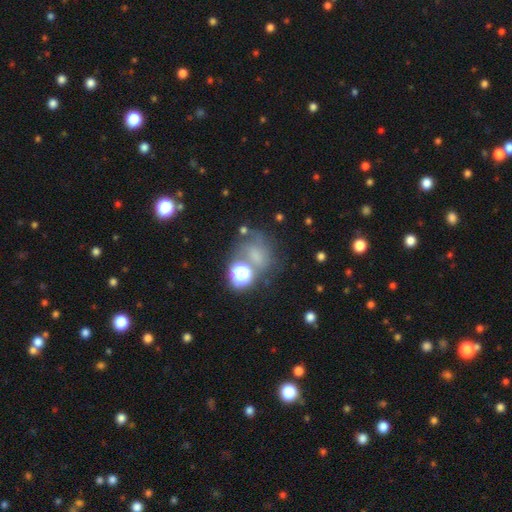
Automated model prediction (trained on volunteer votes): Overall: smooth (46%; star or artifact 29%). Merging: none (45%; major disturbance 21%).